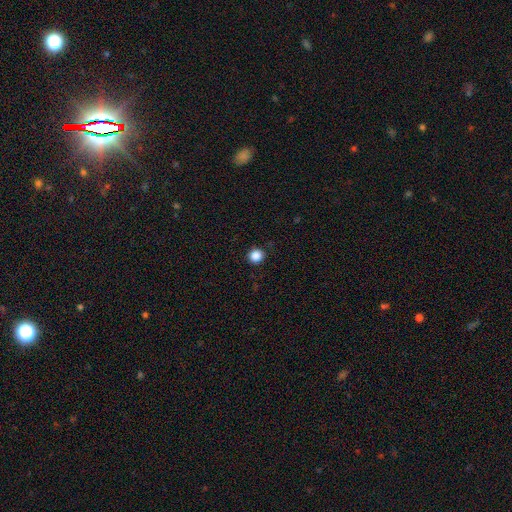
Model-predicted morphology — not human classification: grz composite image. It shows a smooth galaxy with no disk features (87%) that is round (92%). Merging: none (91%).